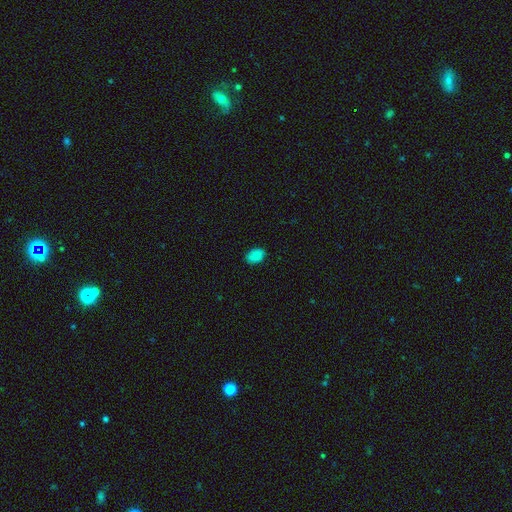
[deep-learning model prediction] This is clearly a smooth galaxy (86%). How rounded: clearly in between (82%). Merging: clearly none (86%).